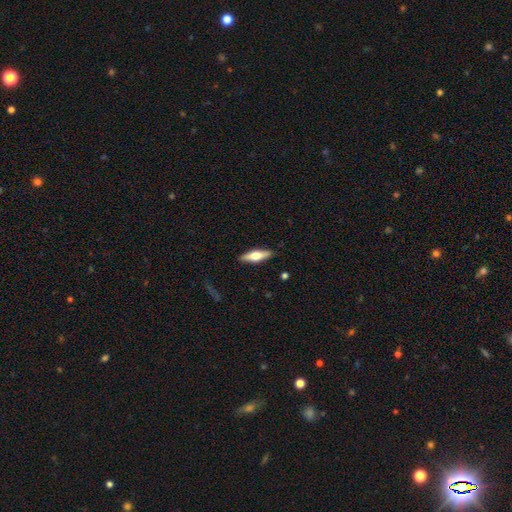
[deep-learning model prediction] Overall: featured or disk (49%; smooth 46%). Merging: none (89%).